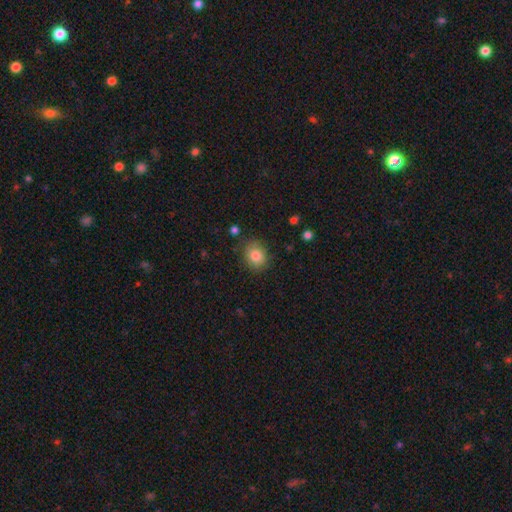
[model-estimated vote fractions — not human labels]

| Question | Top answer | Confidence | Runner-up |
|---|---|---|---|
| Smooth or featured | smooth | 84% | star or artifact (9%) |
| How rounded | round | 68% | in between (31%) |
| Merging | none | 83% | minor disturbance (12%) |